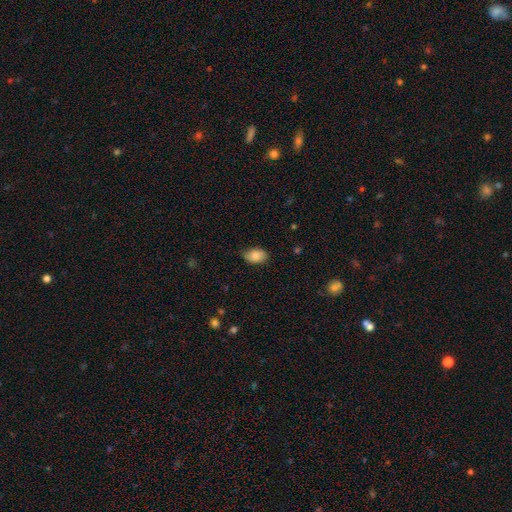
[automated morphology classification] smooth 84%, featured or disk 9%, star or artifact 7%. Down the decision tree: how rounded — in between (88%); merging — none (71%).